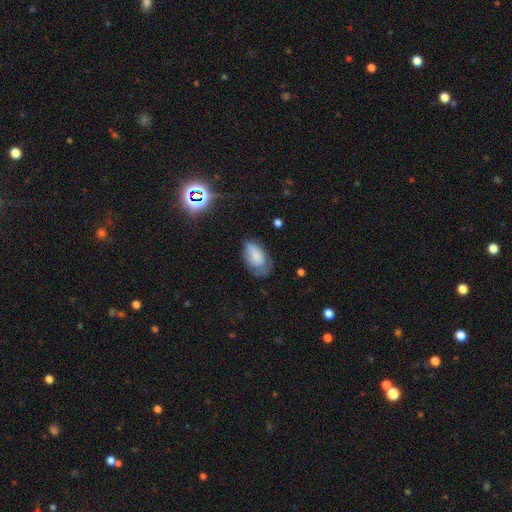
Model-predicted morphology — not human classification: smooth_or_featured: smooth (p=0.74) [alt: featured or disk p=0.16]
how_rounded: in between (p=0.92) [alt: round p=0.05]
merging: none (p=0.43) [alt: minor disturbance p=0.36]